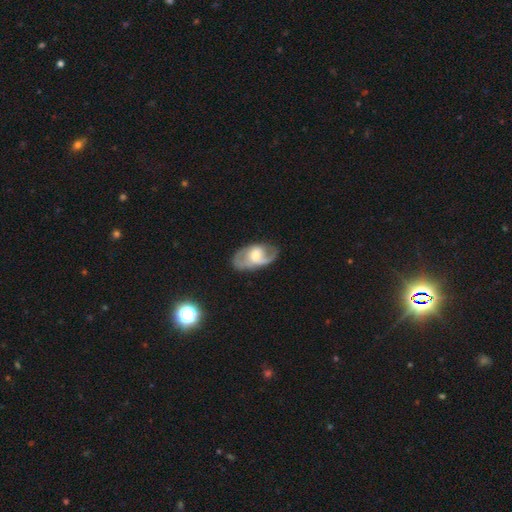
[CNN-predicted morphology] This appears to be a featured or disk galaxy (72%) with no bar (54%), 2 (64%) medium (46%) spiral arms (83%) and a moderate central bulge (56%). Merging: none (65%).